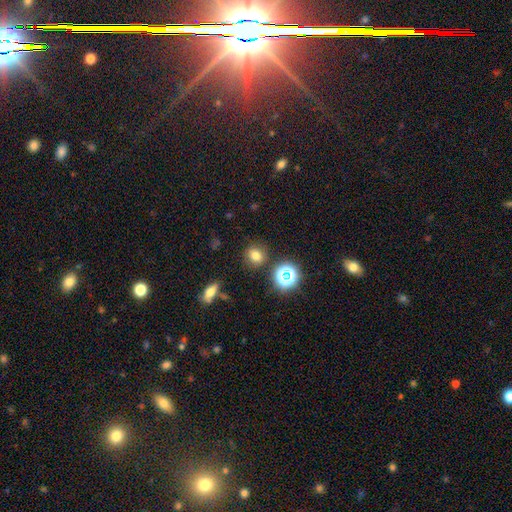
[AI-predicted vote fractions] Q: Smooth or featured?
A: smooth (73%); runner-up: star or artifact (19%)
Q: How rounded?
A: round (82%); runner-up: in between (16%)
Q: Merging?
A: none (85%); runner-up: minor disturbance (9%)